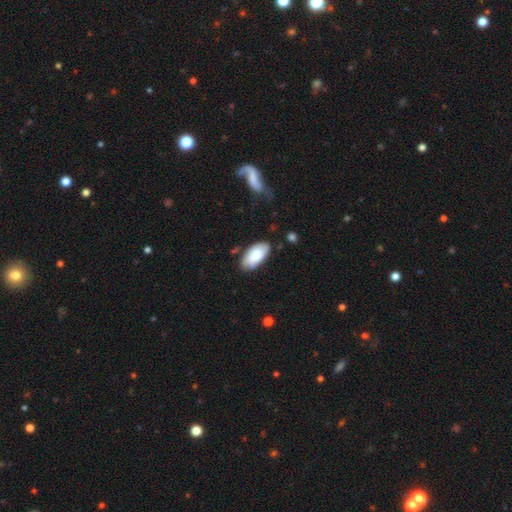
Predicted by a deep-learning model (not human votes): smooth 74%, featured or disk 20%, star or artifact 6%. Down the decision tree: how rounded — in between (94%); merging — none (76%).